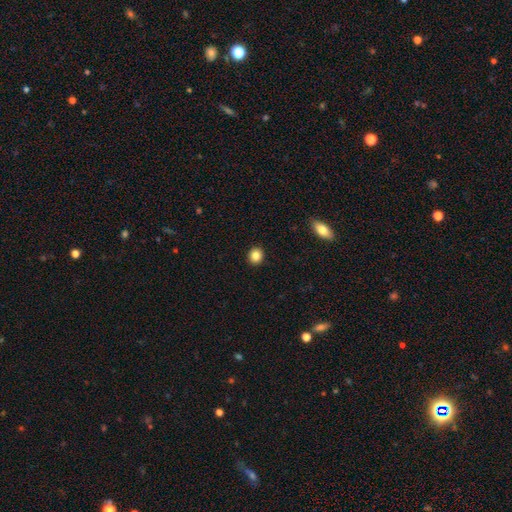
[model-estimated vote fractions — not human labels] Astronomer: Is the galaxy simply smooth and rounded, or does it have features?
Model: smooth — 85%.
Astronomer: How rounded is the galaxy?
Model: round — 81%.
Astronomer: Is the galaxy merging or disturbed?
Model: none — 92%.